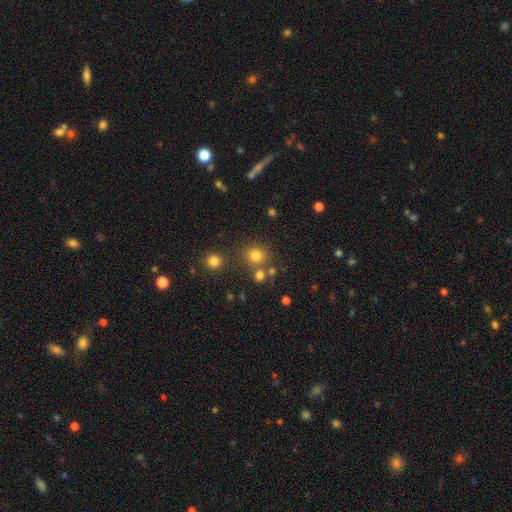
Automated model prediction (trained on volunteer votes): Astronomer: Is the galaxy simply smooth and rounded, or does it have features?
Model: smooth — 77%.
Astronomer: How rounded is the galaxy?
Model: round — 85%.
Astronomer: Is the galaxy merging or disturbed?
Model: none — 72%.